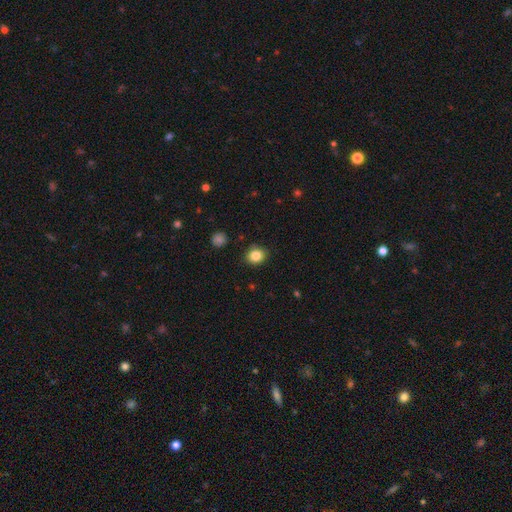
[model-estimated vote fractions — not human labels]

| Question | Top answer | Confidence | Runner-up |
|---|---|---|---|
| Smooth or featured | smooth | 84% | star or artifact (10%) |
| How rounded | round | 70% | in between (29%) |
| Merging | none | 87% | minor disturbance (9%) |